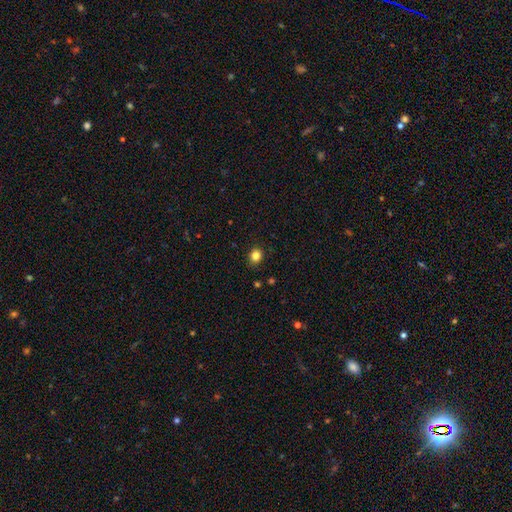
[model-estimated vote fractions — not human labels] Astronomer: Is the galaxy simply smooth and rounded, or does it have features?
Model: smooth — 83%.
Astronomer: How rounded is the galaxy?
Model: round — 73%.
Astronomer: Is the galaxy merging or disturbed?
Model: none — 89%.